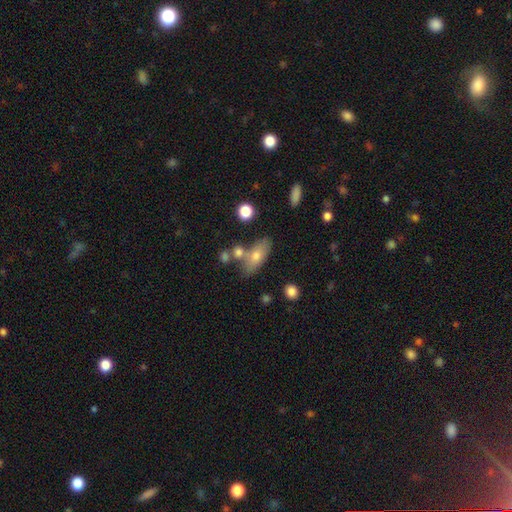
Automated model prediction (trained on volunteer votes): Smooth or featured?
  - smooth: 67% *
  - featured or disk: 24%
  - star or artifact: 8%
How rounded?
  - in between: 78% *
  - cigar-shaped: 17%
  - round: 5%
Merging?
  - none: 62% *
  - merger: 18%
  - minor disturbance: 15%
  - major disturbance: 5%